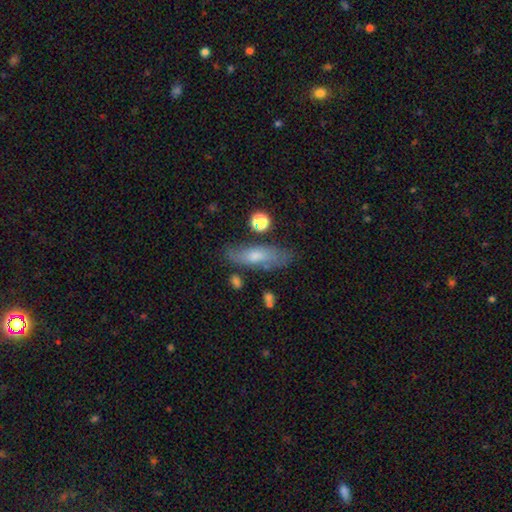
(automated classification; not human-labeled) This is possibly a smooth galaxy (56%). How rounded: possibly in between (50%). Merging: likely none (71%).